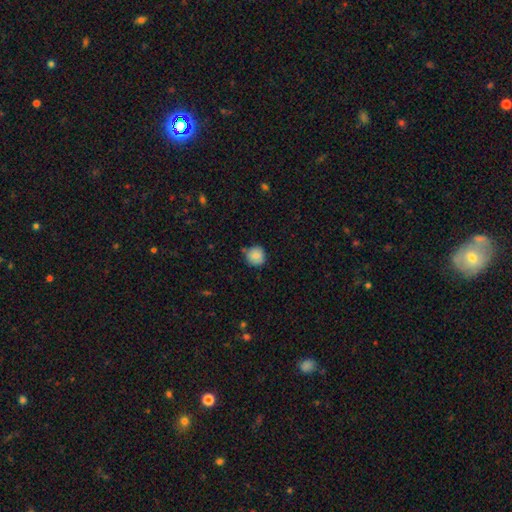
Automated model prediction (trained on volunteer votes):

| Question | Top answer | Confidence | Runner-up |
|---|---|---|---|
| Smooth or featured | smooth | 86% | star or artifact (8%) |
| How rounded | round | 92% | in between (7%) |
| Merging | none | 75% | minor disturbance (18%) |